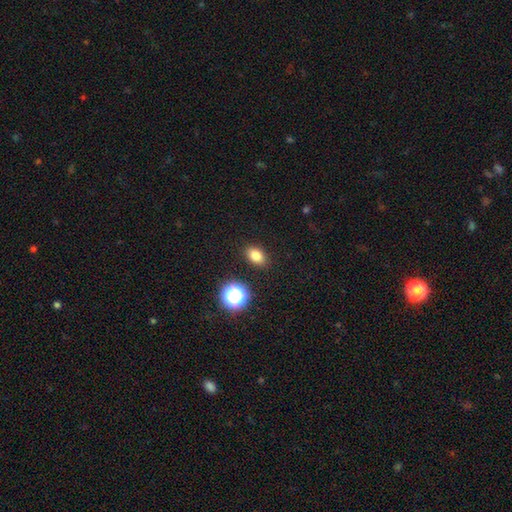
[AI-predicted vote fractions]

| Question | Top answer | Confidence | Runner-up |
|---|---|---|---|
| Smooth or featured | smooth | 80% | star or artifact (13%) |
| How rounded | in between | 78% | round (21%) |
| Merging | none | 88% | minor disturbance (8%) |